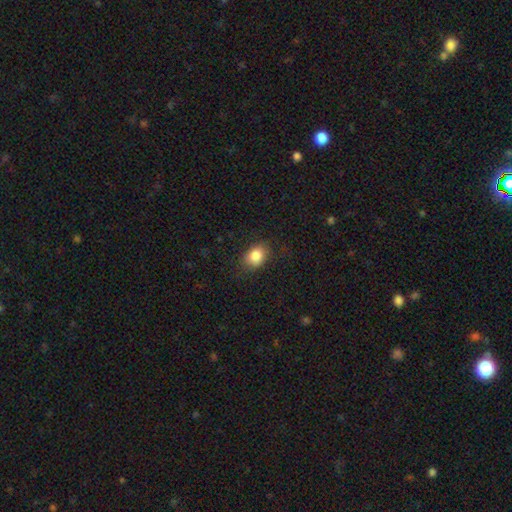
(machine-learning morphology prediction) Smooth or featured: smooth — 85% (star or artifact — 9%)
How rounded: in between — 69% (round — 30%)
Merging: none — 80% (minor disturbance — 14%)